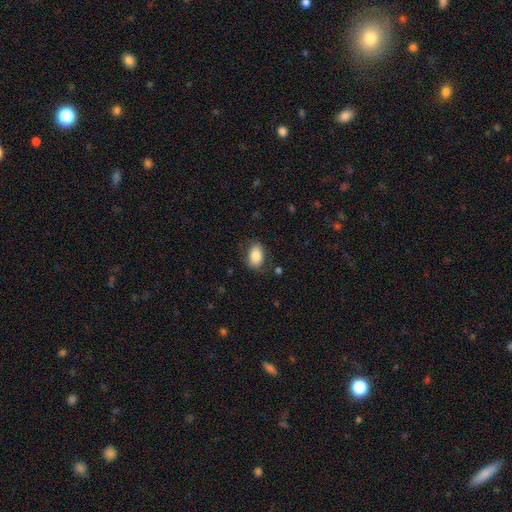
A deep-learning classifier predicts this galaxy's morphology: Smooth or featured? Predicted: smooth (p=0.84). How rounded? Predicted: in between (p=0.90). Merging? Predicted: none (p=0.80).